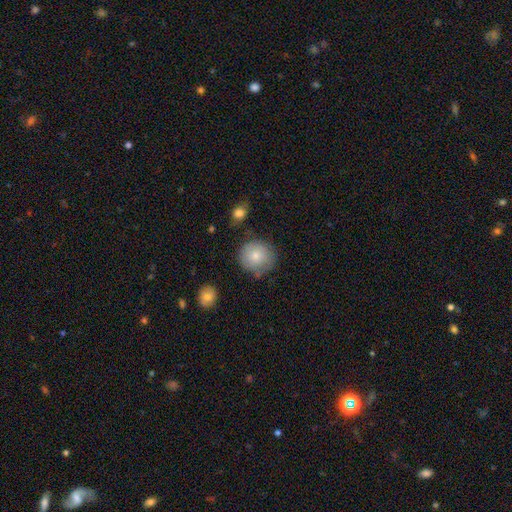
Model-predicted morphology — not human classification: type=smooth (78%); roundness=round (90%); merging=none (70%).